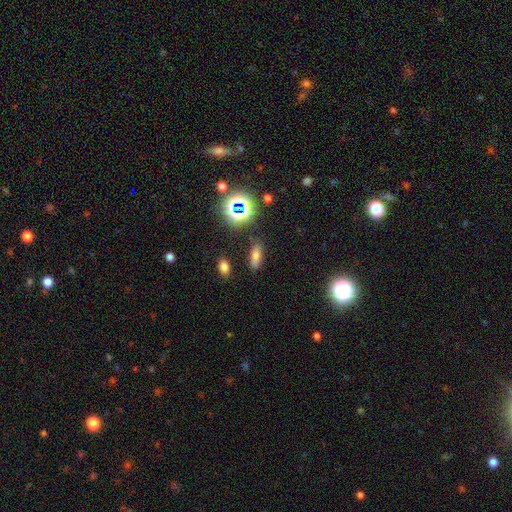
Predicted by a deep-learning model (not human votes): Smooth or featured?
  - smooth: 67% *
  - star or artifact: 22%
  - featured or disk: 11%
How rounded?
  - in between: 67% *
  - cigar-shaped: 26%
  - round: 7%
Merging?
  - none: 84% *
  - minor disturbance: 10%
  - major disturbance: 3%
  - merger: 3%